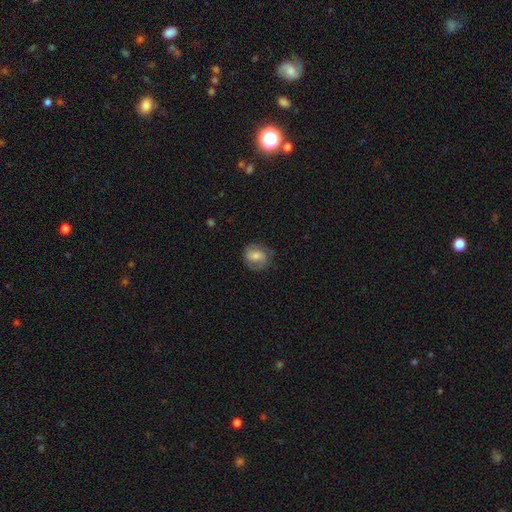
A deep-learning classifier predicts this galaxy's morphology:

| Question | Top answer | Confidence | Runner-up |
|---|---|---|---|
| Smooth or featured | smooth | 47% | featured or disk (44%) |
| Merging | none | 76% | minor disturbance (17%) |